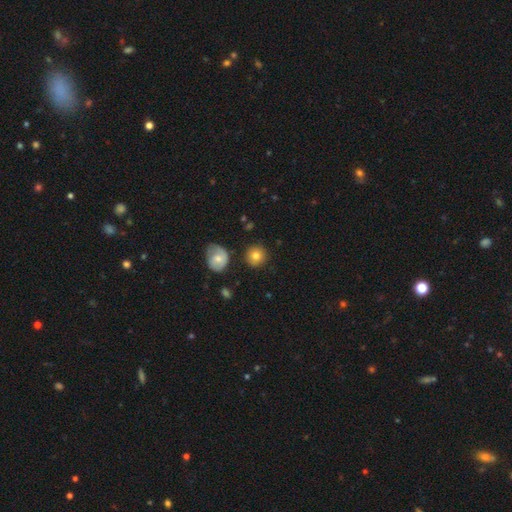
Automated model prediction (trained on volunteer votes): Smooth or featured? smooth (80%)
How rounded? round (90%)
Merging? none (83%)